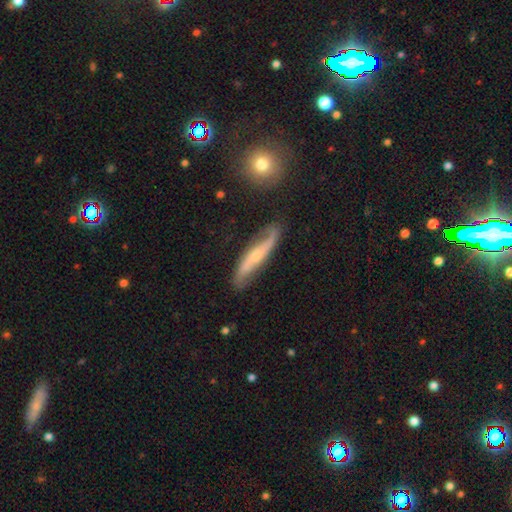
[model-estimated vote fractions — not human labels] A featured or disk galaxy (75%) with no bar (46%), spiral arms (93%) and a small central bulge (64%).

Vote fractions:
- Smooth or featured? featured or disk: 75% / smooth: 19% / star or artifact: 6%
- Edge-on disk? no: 71% / yes: 29%
- Bar? no: 46% / weak: 30% / strong: 24%
- Spiral arms? yes: 93% / no: 7%
- Bulge size? small: 64% / moderate: 29% / none: 4% / large: 2% / dominant: 1%
- Merging? none: 74% / minor disturbance: 18% / major disturbance: 5% / merger: 2%